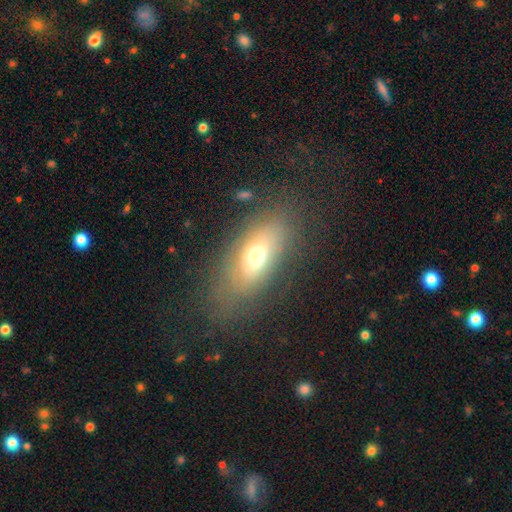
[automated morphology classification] Q: Smooth or featured?
A: smooth (61%); runner-up: featured or disk (28%)
Q: How rounded?
A: in between (82%); runner-up: cigar-shaped (11%)
Q: Merging?
A: none (69%); runner-up: minor disturbance (18%)